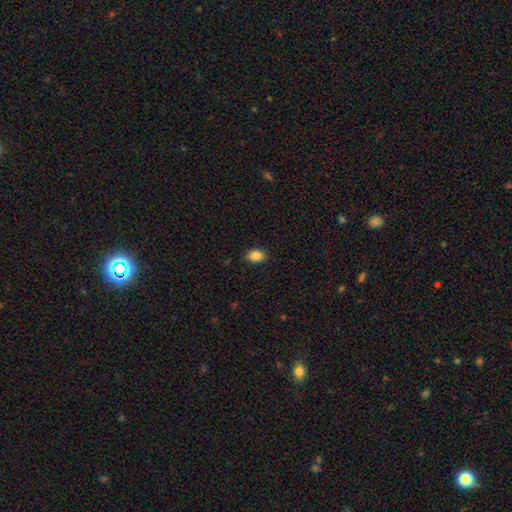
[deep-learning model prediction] Morphology: type=smooth (87%); roundness=in between (75%); merging=none (88%).